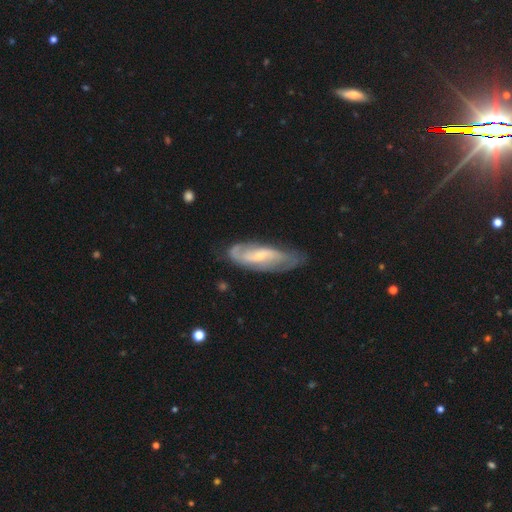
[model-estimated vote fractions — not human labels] The model was most divided on "bar": weak: 43%, no: 38%, strong: 19%. More confident: spiral arms — yes (83%); edge-on disk — no (78%); merging — none (74%); smooth or featured — featured or disk (69%); bulge size — small (56%).